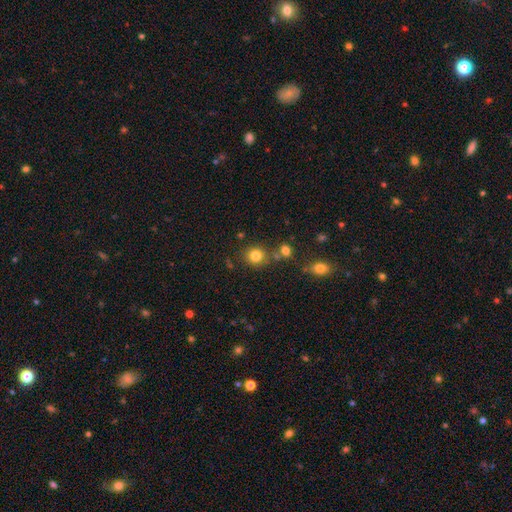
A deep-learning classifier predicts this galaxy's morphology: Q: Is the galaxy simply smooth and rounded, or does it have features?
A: smooth — 82%.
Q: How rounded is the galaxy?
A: round — 85%.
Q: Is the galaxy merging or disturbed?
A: none — 76%.